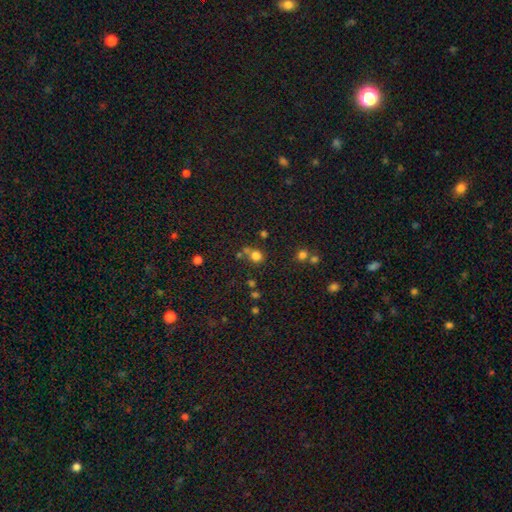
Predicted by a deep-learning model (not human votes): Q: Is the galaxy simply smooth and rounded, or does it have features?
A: smooth — 74%.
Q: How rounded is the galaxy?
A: round — 85%.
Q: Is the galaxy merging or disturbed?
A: none — 63%.